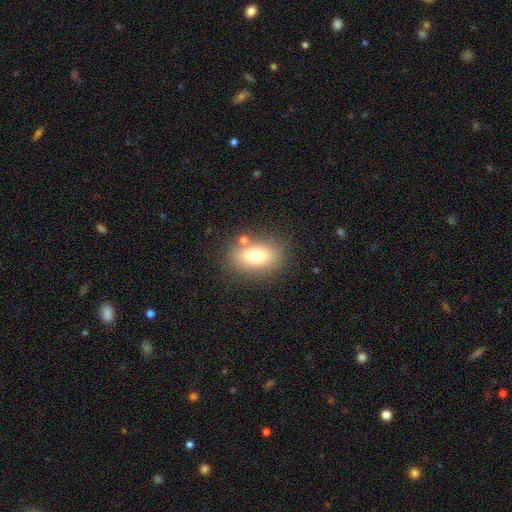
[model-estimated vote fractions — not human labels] smooth-or-featured: smooth: 74% | featured or disk: 16% | star or artifact: 10%
  how-rounded: in between: 81% | round: 17% | cigar-shaped: 2%
  merging: none: 76% | minor disturbance: 12% | merger: 7% | major disturbance: 4%